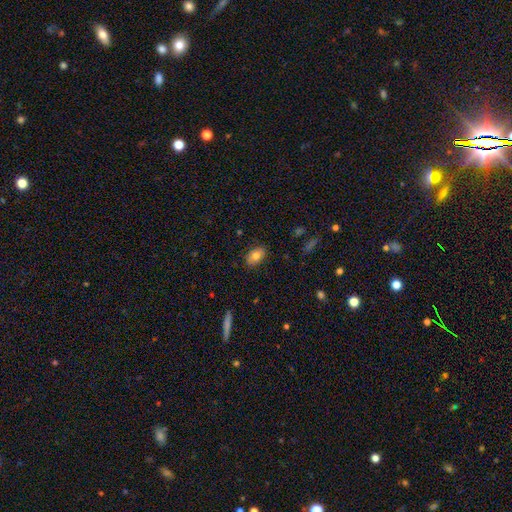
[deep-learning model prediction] Smooth or featured? Predicted: smooth (p=0.78). How rounded? Predicted: in between (p=0.85). Merging? Predicted: none (p=0.86).